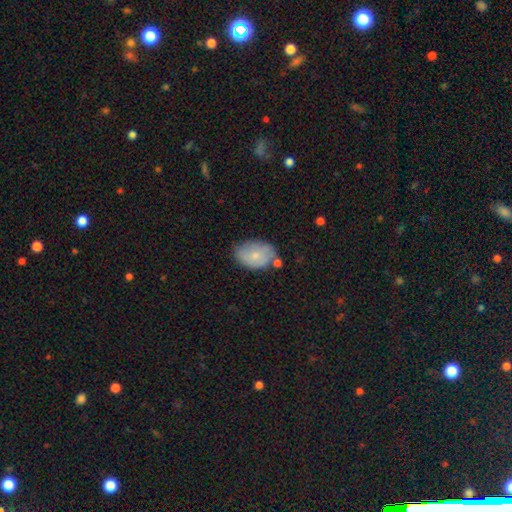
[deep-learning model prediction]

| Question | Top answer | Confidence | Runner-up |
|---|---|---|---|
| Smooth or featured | smooth | 70% | featured or disk (23%) |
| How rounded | in between | 83% | round (16%) |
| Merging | none | 61% | minor disturbance (25%) |